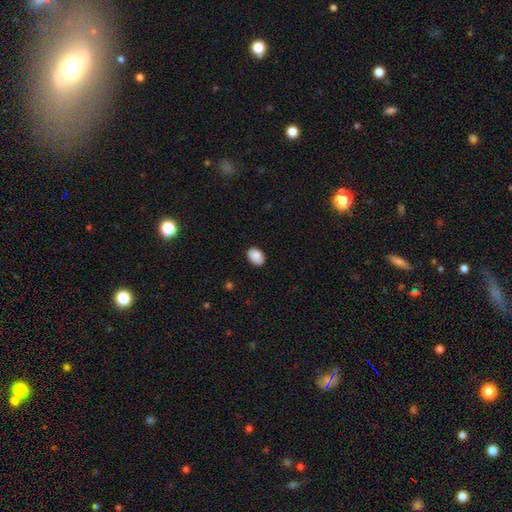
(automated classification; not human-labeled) Smooth or featured? Predicted: smooth (p=0.88). How rounded? Predicted: in between (p=0.89). Merging? Predicted: none (p=0.84).